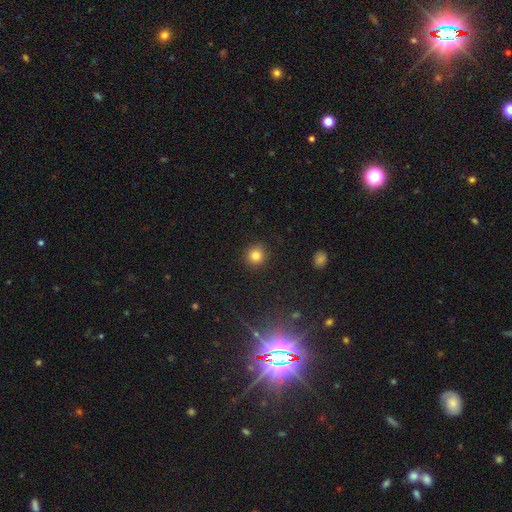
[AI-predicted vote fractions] Morphology: type=smooth (82%); roundness=round (91%); merging=none (90%).